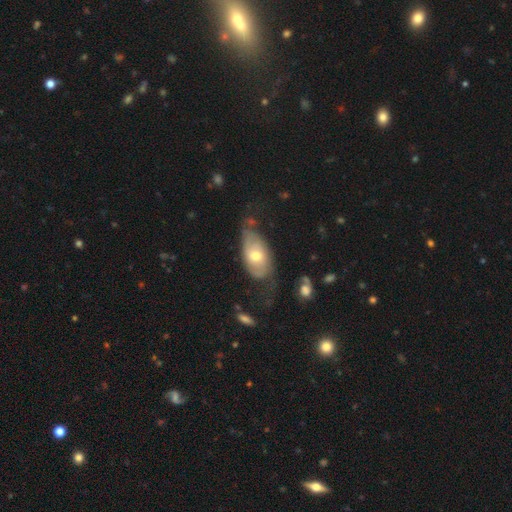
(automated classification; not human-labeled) Q: Smooth or featured?
A: smooth (47%); tied with: featured or disk (47%)
Q: Merging?
A: none (44%); runner-up: minor disturbance (32%)